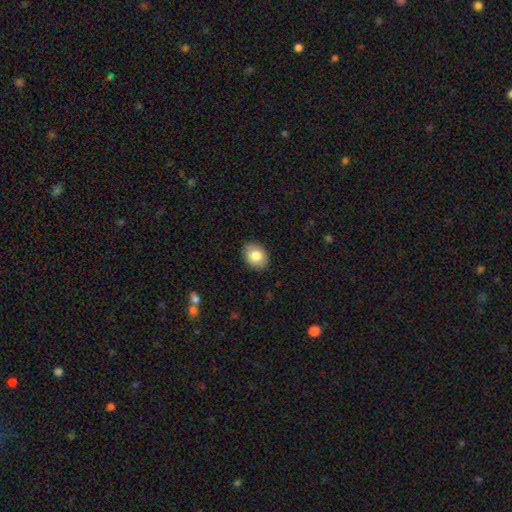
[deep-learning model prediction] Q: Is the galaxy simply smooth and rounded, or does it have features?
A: smooth — 83%.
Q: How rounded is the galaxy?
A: in between — 62%.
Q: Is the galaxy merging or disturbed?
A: none — 89%.